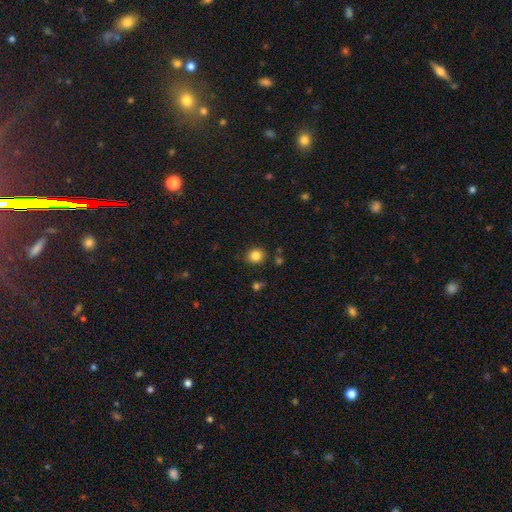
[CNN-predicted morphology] This appears to be a smooth galaxy with no disk features (84%) that is round (79%). Merging: none (86%).